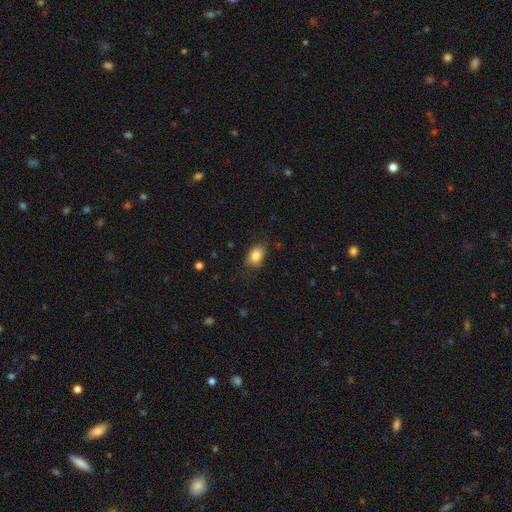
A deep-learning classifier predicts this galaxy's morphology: A smooth galaxy with no disk features (84%) that is in between round and cigar-shaped (81%).

Vote fractions:
- Smooth or featured? smooth: 84% / star or artifact: 8% / featured or disk: 7%
- How rounded? in between: 81% / round: 17% / cigar-shaped: 1%
- Merging? none: 79% / minor disturbance: 16% / major disturbance: 3% / merger: 1%